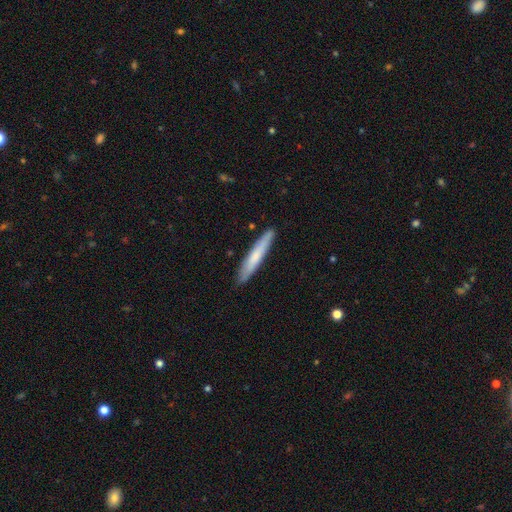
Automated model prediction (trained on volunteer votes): Smooth or featured: smooth — 67% (featured or disk — 28%)
How rounded: cigar-shaped — 94% (in between — 5%)
Merging: none — 88% (minor disturbance — 9%)